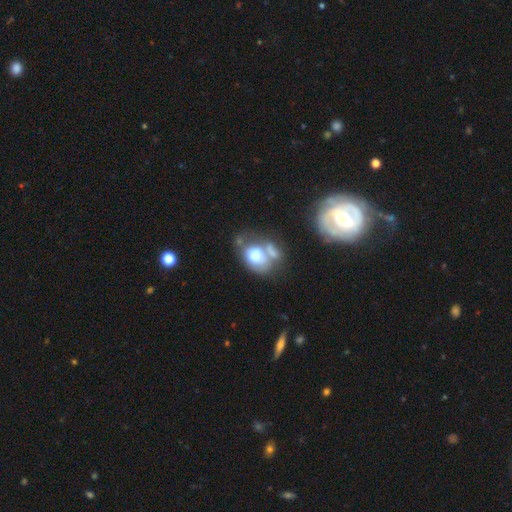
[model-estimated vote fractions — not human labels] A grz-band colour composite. It shows a smooth galaxy with no disk features (61%) that is in between round and cigar-shaped (66%). Merging: merger (45%).